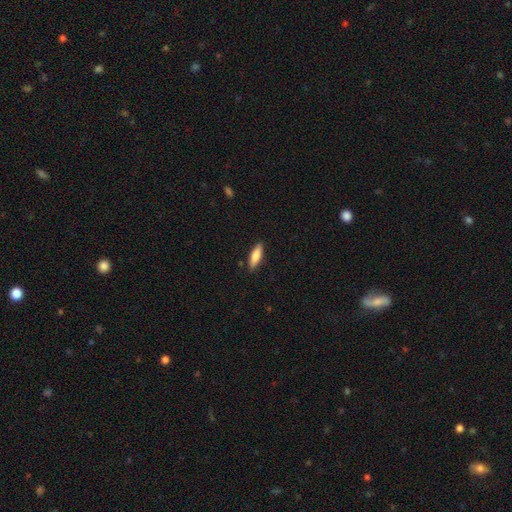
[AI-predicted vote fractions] Overall: smooth (79%). How rounded: cigar-shaped (53%; in between 45%). Merging: none (88%).